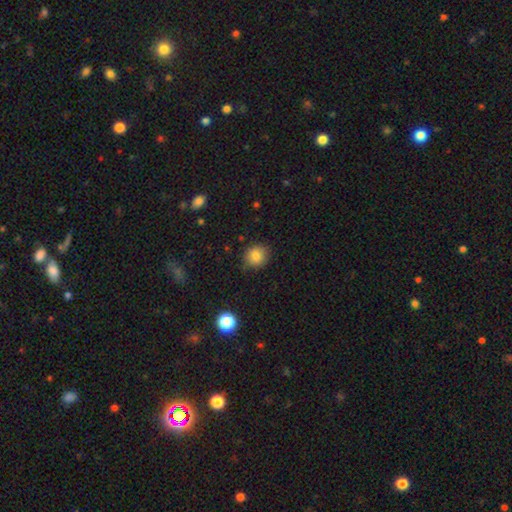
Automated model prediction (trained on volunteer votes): Q: Smooth or featured?
A: smooth (84%); runner-up: star or artifact (10%)
Q: How rounded?
A: round (84%); runner-up: in between (15%)
Q: Merging?
A: none (84%); runner-up: minor disturbance (12%)